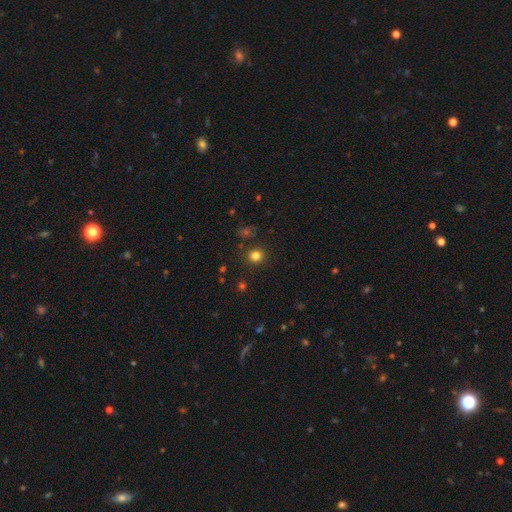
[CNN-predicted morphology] Smooth or featured? Predicted: smooth (p=0.79). How rounded? Predicted: round (p=0.89). Merging? Predicted: none (p=0.87).